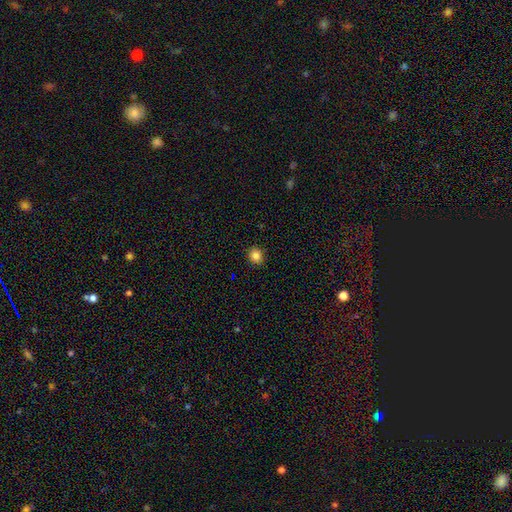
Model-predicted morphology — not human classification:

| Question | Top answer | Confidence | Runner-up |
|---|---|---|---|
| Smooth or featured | smooth | 84% | star or artifact (11%) |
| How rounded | round | 73% | in between (26%) |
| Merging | none | 90% | minor disturbance (7%) |